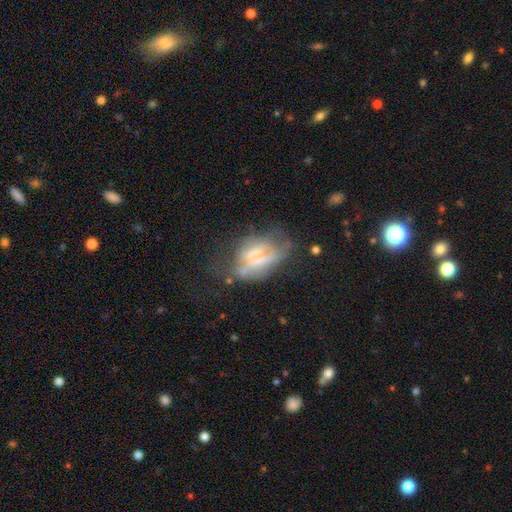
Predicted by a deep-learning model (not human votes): Overall: featured or disk (58%; smooth 29%). Edge-on disk: no (67%; yes 33%). Merging: none (38%; major disturbance 31%).